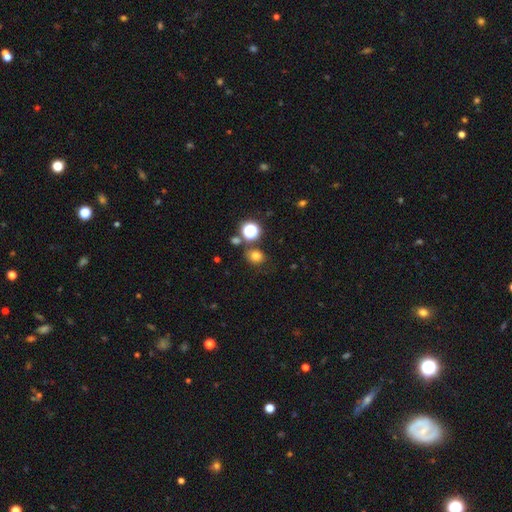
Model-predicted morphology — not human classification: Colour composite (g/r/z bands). It shows a smooth galaxy with no disk features (73%) that is round (70%). Merging: none (73%).